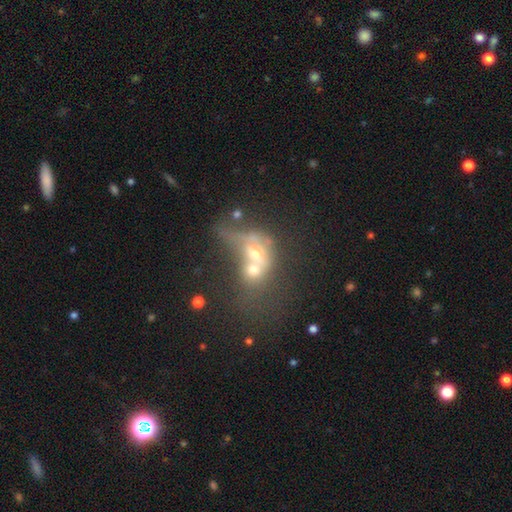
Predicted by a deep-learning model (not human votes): This is marginally a smooth galaxy (43%). Merging: likely merger (72%).